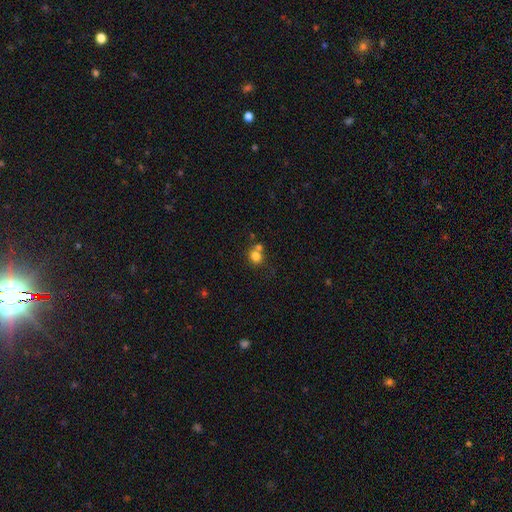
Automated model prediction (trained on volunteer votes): Smooth or featured: smooth — 78% (star or artifact — 12%)
How rounded: round — 74% (in between — 25%)
Merging: none — 50% (merger — 36%)